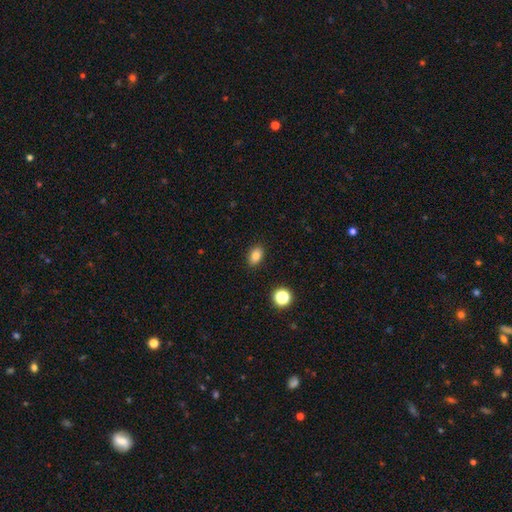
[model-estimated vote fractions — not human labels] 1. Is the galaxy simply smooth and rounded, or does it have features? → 83% smooth, 11% star or artifact, 6% featured or disk.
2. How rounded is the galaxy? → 81% in between, 17% round, 2% cigar-shaped.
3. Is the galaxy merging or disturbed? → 88% none, 8% minor disturbance, 2% major disturbance, 1% merger.